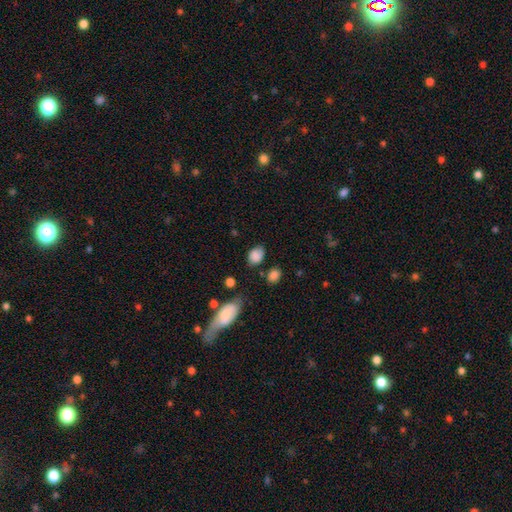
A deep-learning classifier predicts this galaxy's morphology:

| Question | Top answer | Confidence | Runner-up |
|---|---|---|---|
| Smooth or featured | smooth | 84% | star or artifact (9%) |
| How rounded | in between | 68% | round (31%) |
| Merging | none | 68% | minor disturbance (22%) |